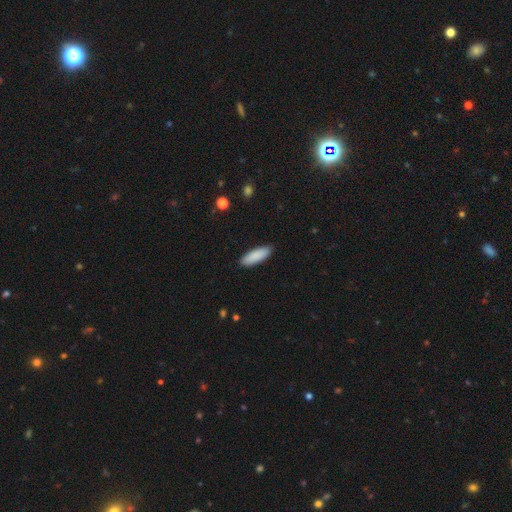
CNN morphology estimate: Overall: smooth (89%). How rounded: in between (60%; cigar-shaped 38%). Merging: none (89%).